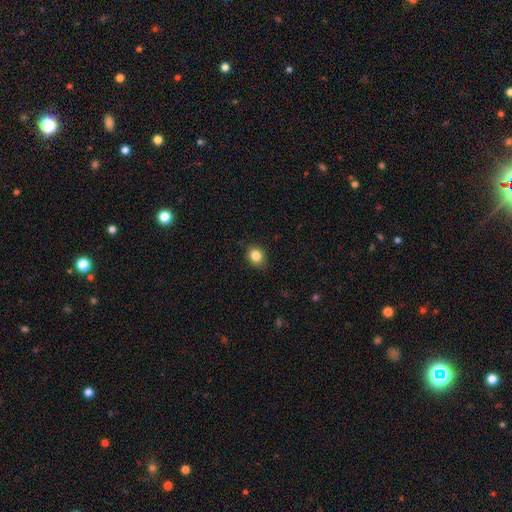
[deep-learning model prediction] Morphology: type=smooth (84%); roundness=round (59%); merging=none (86%).